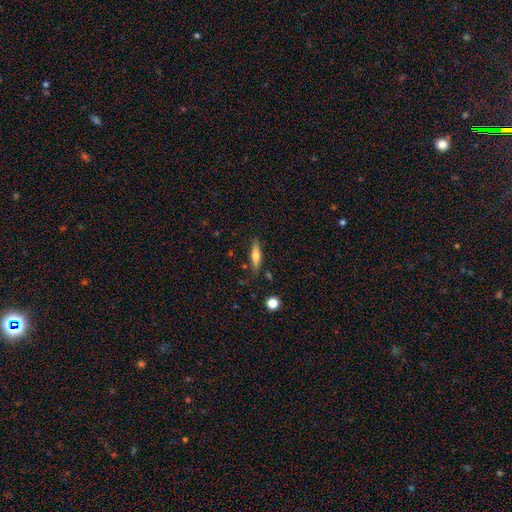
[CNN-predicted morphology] This appears to be a smooth galaxy with no disk features (57%) that is cigar-shaped (72%). Merging: none (79%).